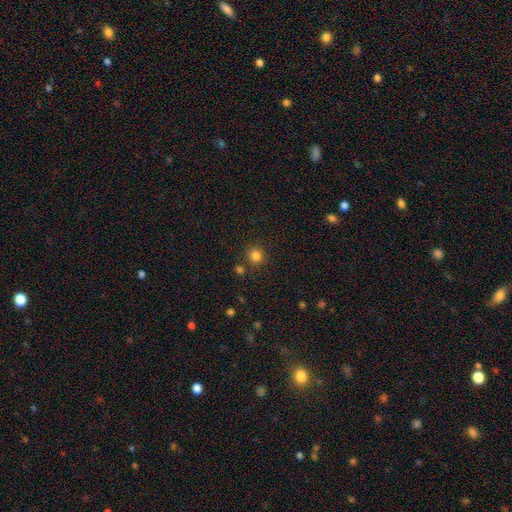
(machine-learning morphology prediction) Smooth or featured: smooth — 82% (star or artifact — 13%)
How rounded: round — 91% (in between — 8%)
Merging: none — 83% (minor disturbance — 8%)